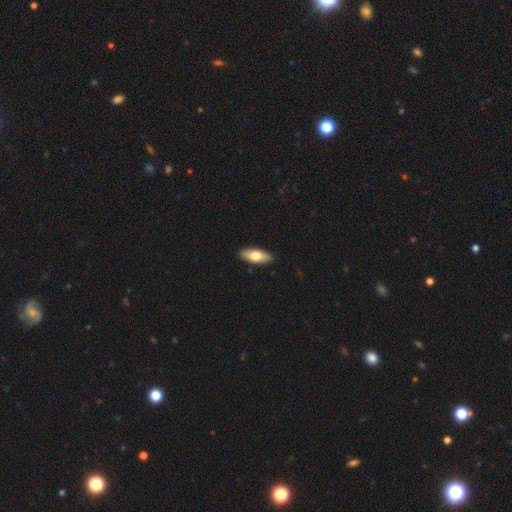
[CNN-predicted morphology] smooth_or_featured: smooth (p=0.75) [alt: featured or disk p=0.20]
how_rounded: in between (p=0.79) [alt: cigar-shaped p=0.18]
merging: none (p=0.90) [alt: minor disturbance p=0.07]